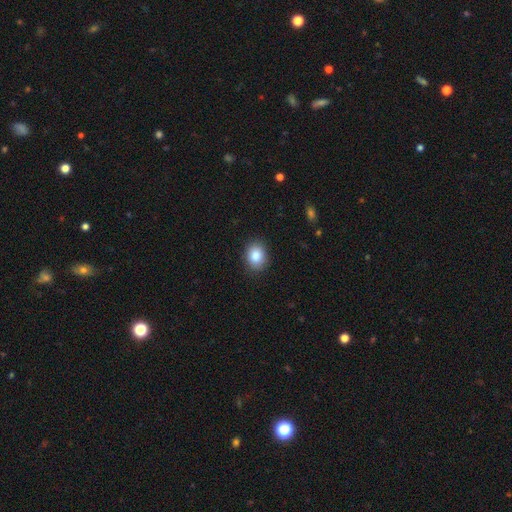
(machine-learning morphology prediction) smooth_or_featured: smooth (p=0.87) [alt: star or artifact p=0.08]
how_rounded: in between (p=0.53) [alt: round p=0.46]
merging: none (p=0.87) [alt: minor disturbance p=0.10]